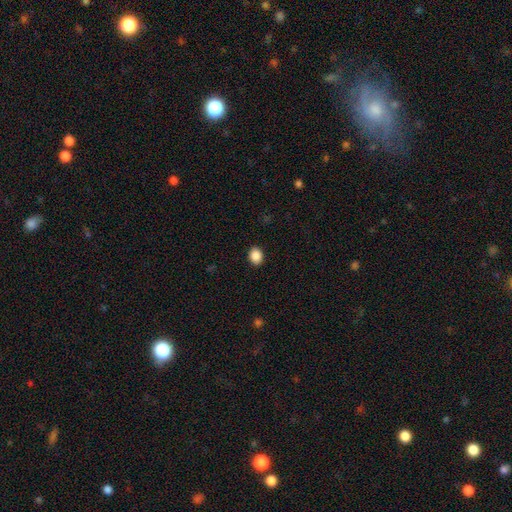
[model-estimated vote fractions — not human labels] This is clearly a smooth galaxy (88%). How rounded: possibly in between (52%). Merging: clearly none (91%).